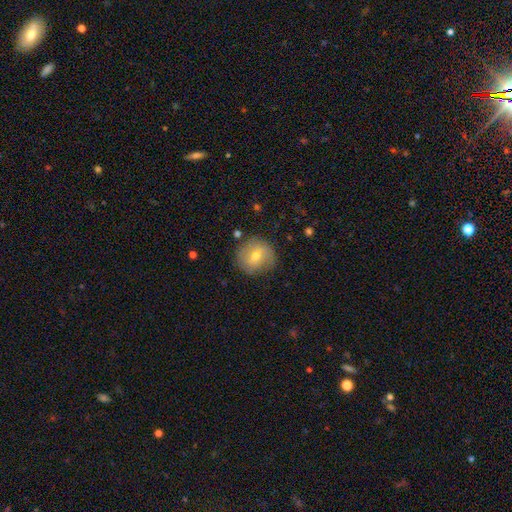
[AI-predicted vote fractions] A smooth galaxy with no disk features (60%) that is round (89%).

Vote fractions:
- Smooth or featured? smooth: 60% / featured or disk: 31% / star or artifact: 9%
- How rounded? round: 89% / in between: 10% / cigar-shaped: 1%
- Merging? none: 81% / minor disturbance: 13% / major disturbance: 4% / merger: 2%